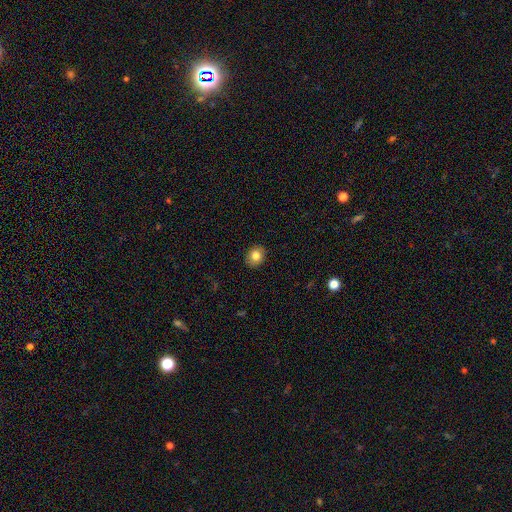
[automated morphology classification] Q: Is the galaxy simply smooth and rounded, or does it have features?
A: smooth — 82%.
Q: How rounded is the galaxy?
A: round — 58%.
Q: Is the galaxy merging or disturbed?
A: none — 89%.